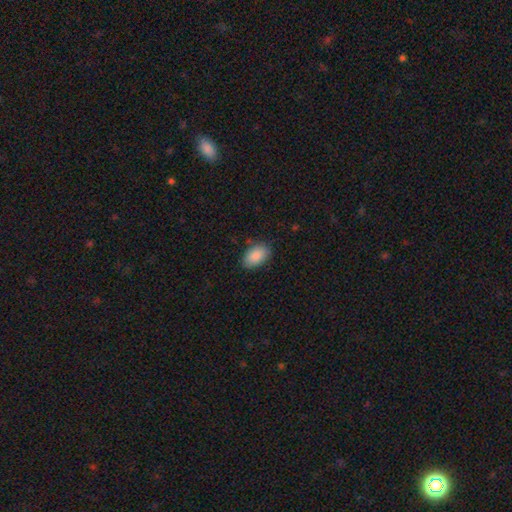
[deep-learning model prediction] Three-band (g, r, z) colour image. It shows a smooth galaxy with no disk features (89%) that is in between round and cigar-shaped (92%). Merging: none (83%).